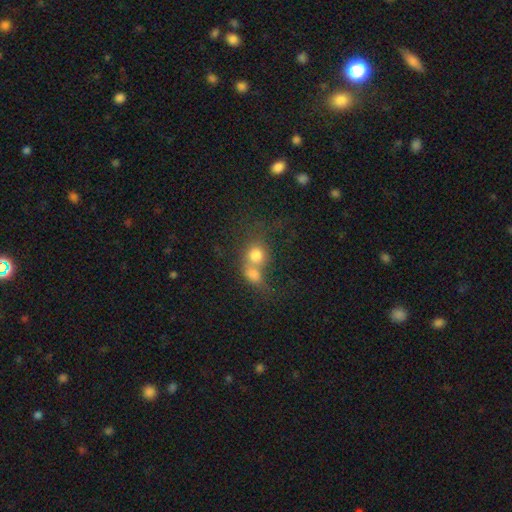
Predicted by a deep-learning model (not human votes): Smooth or featured? smooth (72%)
How rounded? round (70%)
Merging? merger (69%)